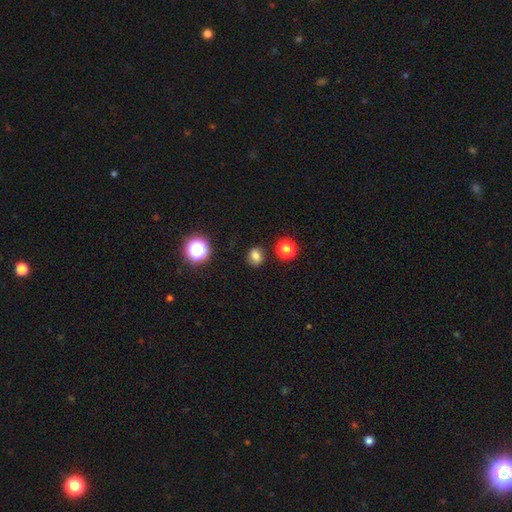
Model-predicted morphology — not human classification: smooth-or-featured: smooth: 75% | star or artifact: 17% | featured or disk: 9%
  how-rounded: round: 66% | in between: 32% | cigar-shaped: 1%
  merging: none: 84% | minor disturbance: 10% | merger: 3% | major disturbance: 3%